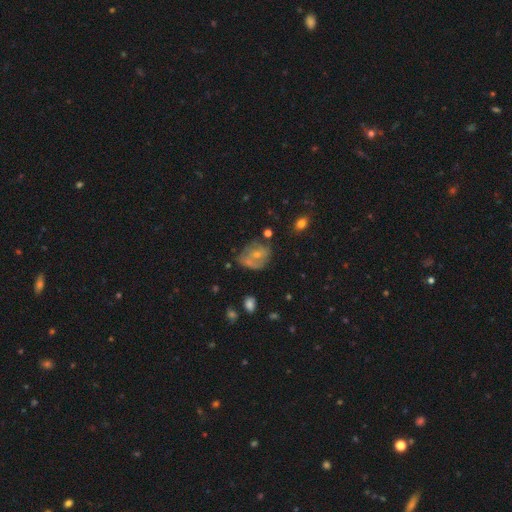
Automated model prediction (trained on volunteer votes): A featured or disk galaxy (51%). Merging: none (49%).